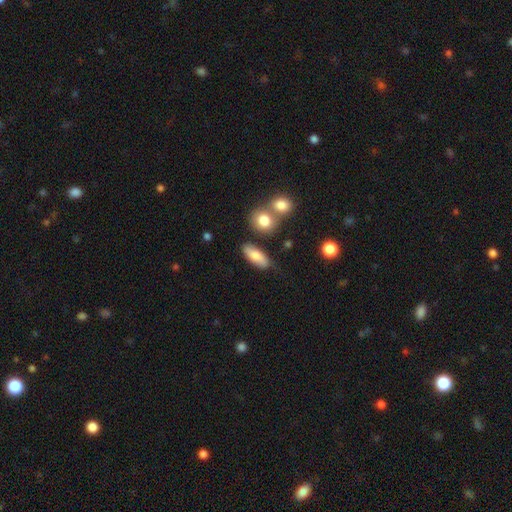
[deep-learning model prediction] Smooth or featured?
  - smooth: 77% *
  - featured or disk: 16%
  - star or artifact: 7%
How rounded?
  - in between: 75% *
  - cigar-shaped: 20%
  - round: 5%
Merging?
  - none: 75% *
  - minor disturbance: 13%
  - merger: 8%
  - major disturbance: 4%